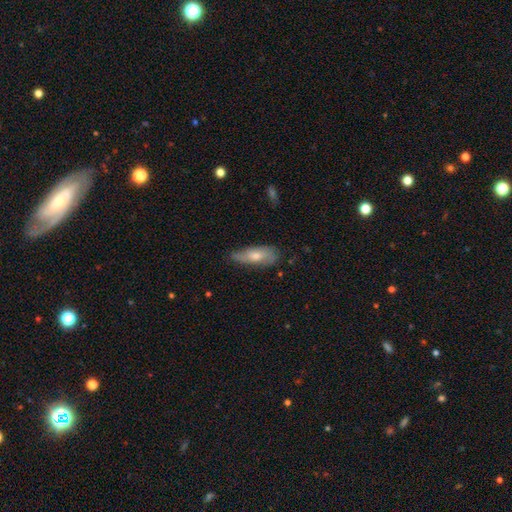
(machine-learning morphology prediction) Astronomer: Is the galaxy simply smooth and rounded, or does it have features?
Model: smooth — 62%.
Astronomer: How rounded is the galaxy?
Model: in between — 71%.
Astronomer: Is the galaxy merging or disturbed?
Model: none — 58% (runner-up: minor disturbance, 33%).